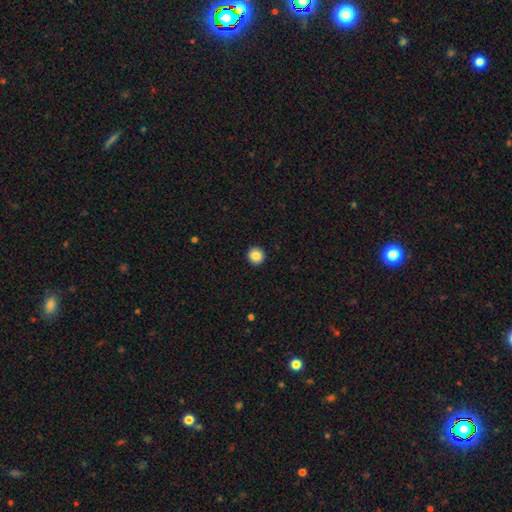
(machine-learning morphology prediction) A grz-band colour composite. It shows a smooth galaxy with no disk features (87%) that is round (93%). Merging: none (93%).